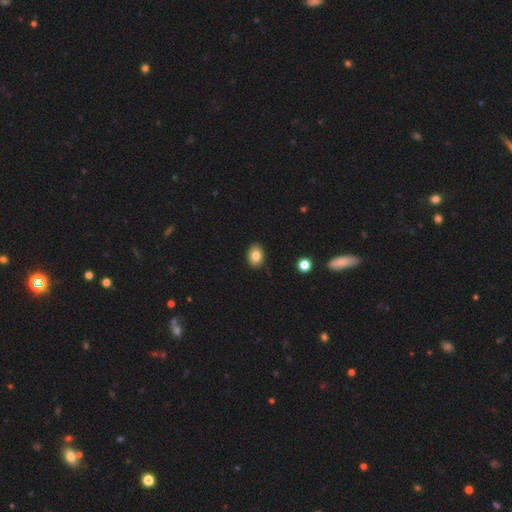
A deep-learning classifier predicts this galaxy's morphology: Overall: smooth (82%). How rounded: in between (73%). Merging: none (88%).